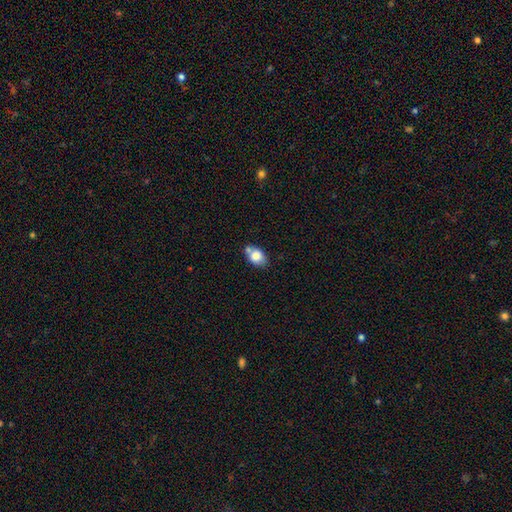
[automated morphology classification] smooth_or_featured: smooth (p=0.80) [alt: featured or disk p=0.11]
how_rounded: in between (p=0.73) [alt: round p=0.25]
merging: none (p=0.55) [alt: merger p=0.23]